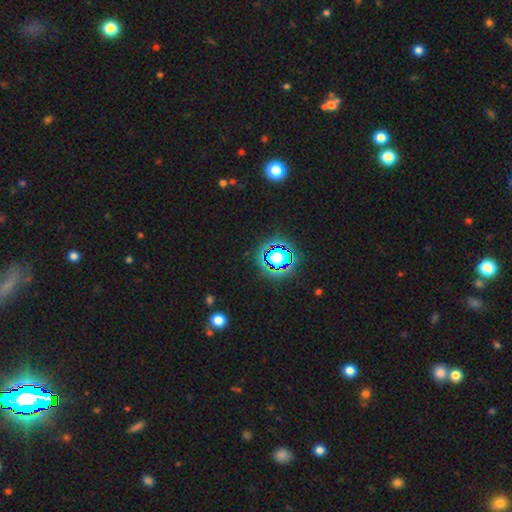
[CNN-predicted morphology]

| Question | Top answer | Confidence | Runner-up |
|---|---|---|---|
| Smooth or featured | star or artifact | 78% | smooth (14%) |